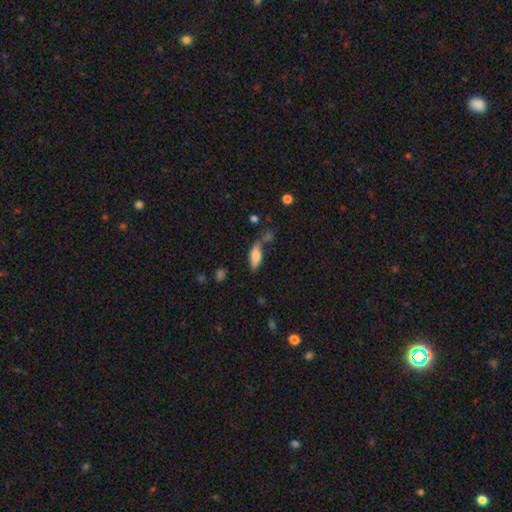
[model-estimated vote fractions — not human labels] This is likely a smooth galaxy (75%). How rounded: likely in between (74%). Merging: possibly none (46%).